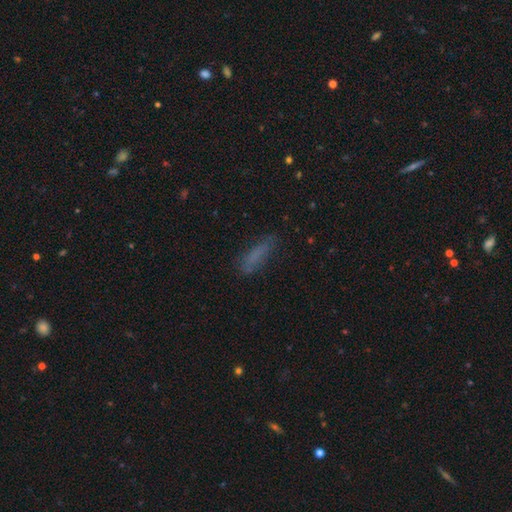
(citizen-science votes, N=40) A smooth galaxy with no disk features (78%) that is cigar-shaped (65%).

Vote fractions:
- Smooth or featured? smooth: 78% / star or artifact: 12% / featured or disk: 10%
- How rounded? cigar-shaped: 65% / in between: 35% / round: 0%
- Merging? none: 63% / minor disturbance: 31% / major disturbance: 6% / merger: 0%